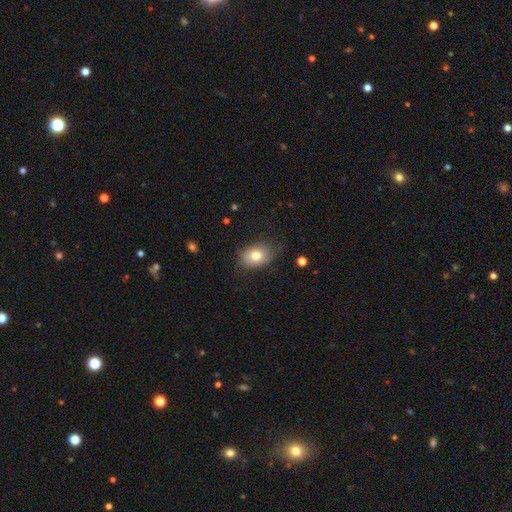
Volunteers were most divided on "how rounded": in between: 73%, round: 24%, cigar-shaped: 3%. More confident: smooth or featured — smooth (85%); merging — none (74%).